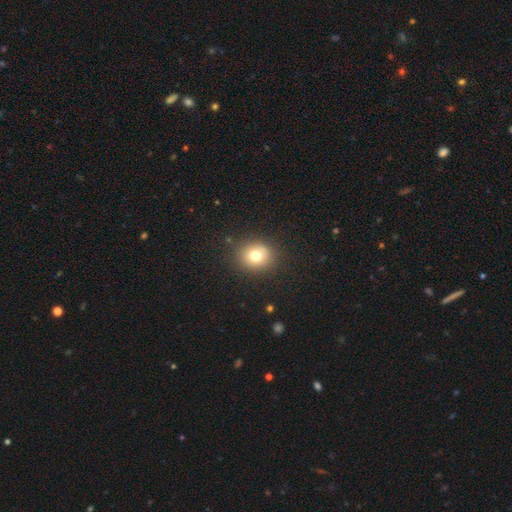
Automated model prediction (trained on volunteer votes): smooth_or_featured: smooth (p=0.74) [alt: star or artifact p=0.13]
how_rounded: round (p=0.81) [alt: in between p=0.18]
merging: none (p=0.86) [alt: minor disturbance p=0.09]